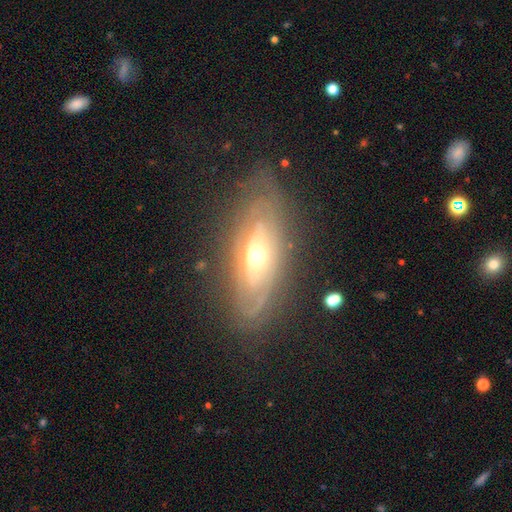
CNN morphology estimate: Q: Smooth or featured?
A: featured or disk (79%); runner-up: smooth (15%)
Q: Edge-on disk?
A: no (80%); runner-up: yes (20%)
Q: Bar?
A: no (74%); runner-up: weak (17%)
Q: Spiral arms?
A: yes (71%); runner-up: no (29%)
Q: Bulge size?
A: moderate (70%); runner-up: small (19%)
Q: Merging?
A: none (75%); runner-up: minor disturbance (16%)